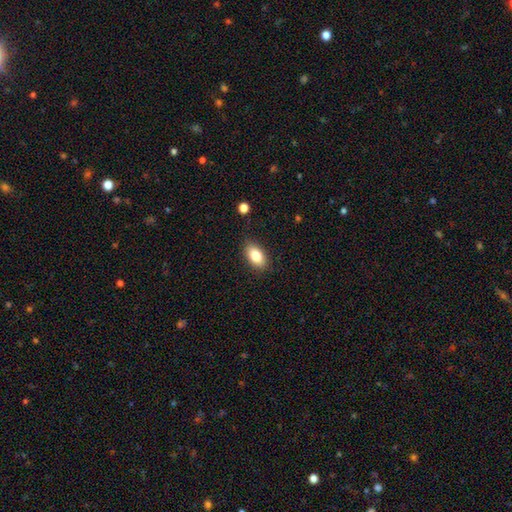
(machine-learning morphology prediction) The model was most divided on "smooth or featured": smooth: 83%, featured or disk: 9%, star or artifact: 8%. More confident: how rounded — in between (90%); merging — none (86%).